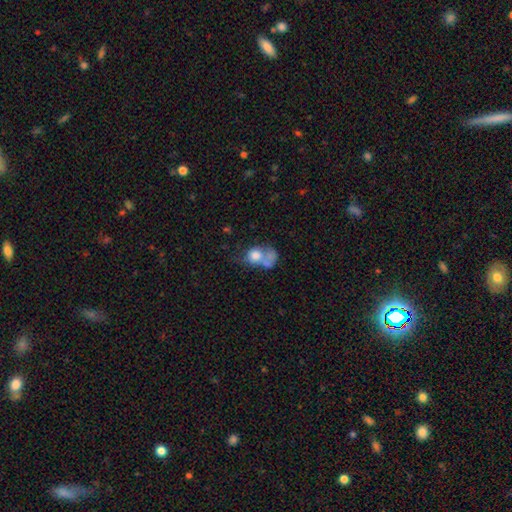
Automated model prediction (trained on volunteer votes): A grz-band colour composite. It shows a smooth galaxy with no disk features (67%) that is round (54%). Merging: merger (51%).